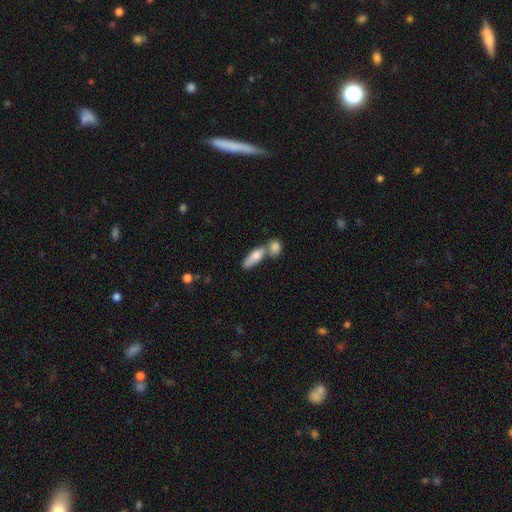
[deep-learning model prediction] A smooth galaxy with no disk features (78%) that is in between round and cigar-shaped (71%). Merging: merger (53%).